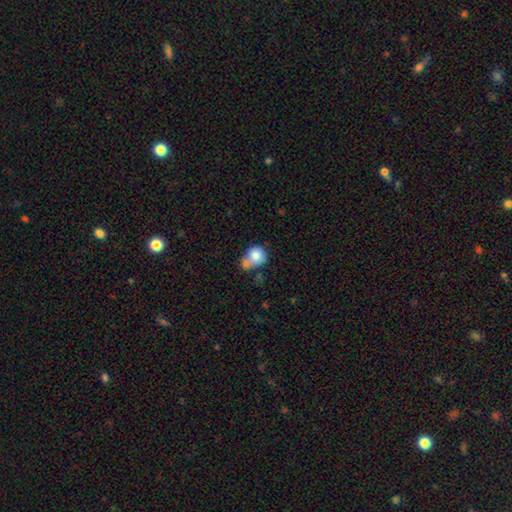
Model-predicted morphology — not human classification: Overall: smooth (77%). How rounded: round (77%). Merging: merger (40%; none 36%).